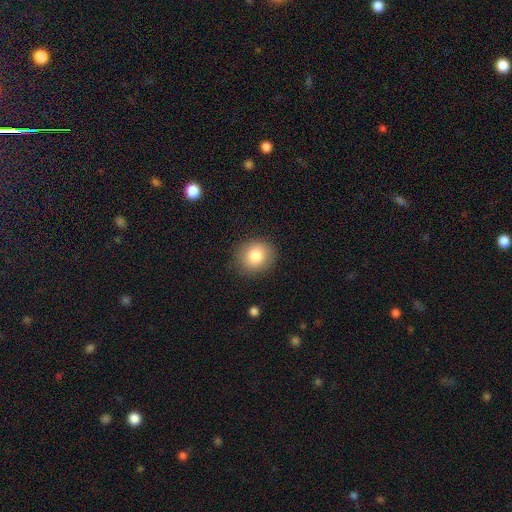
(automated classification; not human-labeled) smooth 82%, star or artifact 9%, featured or disk 9%. Down the decision tree: how rounded — round (78%); merging — none (86%).